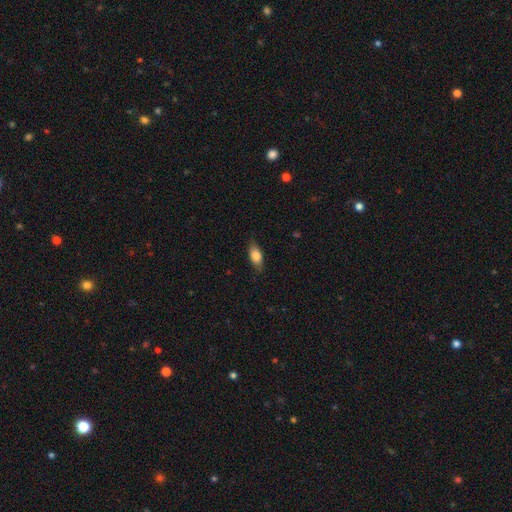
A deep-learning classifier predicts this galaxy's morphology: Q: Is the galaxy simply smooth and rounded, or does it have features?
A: smooth — 81%.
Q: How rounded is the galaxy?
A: in between — 84%.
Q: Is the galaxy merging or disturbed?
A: none — 81%.